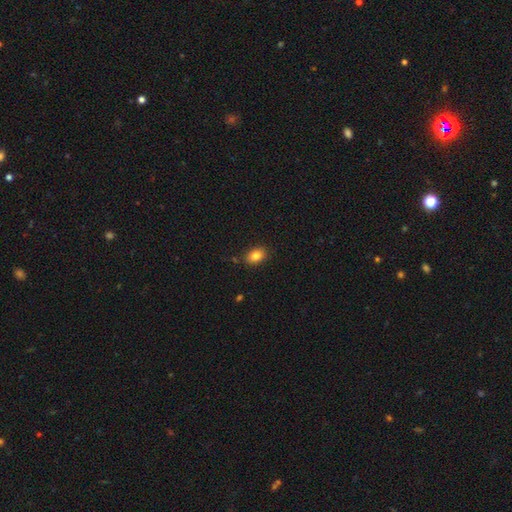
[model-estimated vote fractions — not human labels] smooth_or_featured: smooth (p=0.83) [alt: star or artifact p=0.09]
how_rounded: in between (p=0.81) [alt: round p=0.18]
merging: none (p=0.84) [alt: minor disturbance p=0.11]